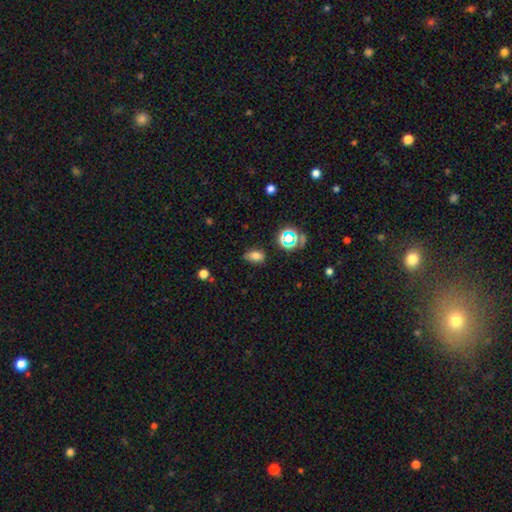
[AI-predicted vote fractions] The model was most divided on "merging": none: 70%, minor disturbance: 22%, major disturbance: 6%, merger: 3%. More confident: how rounded — in between (79%); smooth or featured — smooth (70%).